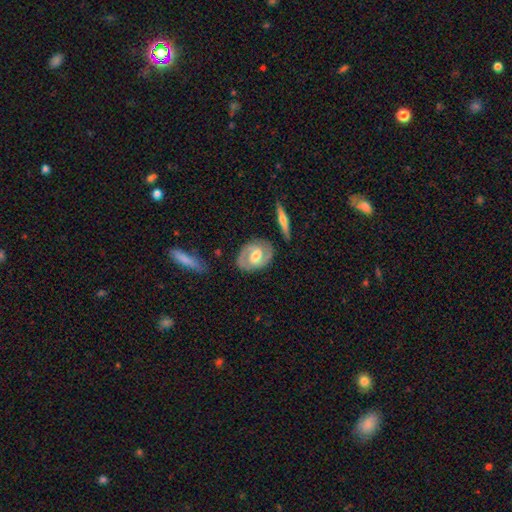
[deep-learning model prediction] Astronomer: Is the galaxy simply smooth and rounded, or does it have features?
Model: featured or disk — 76%.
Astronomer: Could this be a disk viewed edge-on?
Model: no — 95%.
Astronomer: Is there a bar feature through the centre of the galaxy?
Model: weak — 49% (runner-up: no, 27%).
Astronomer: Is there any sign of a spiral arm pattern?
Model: yes — 90%.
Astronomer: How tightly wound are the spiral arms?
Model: medium — 49% (runner-up: tight, 38%).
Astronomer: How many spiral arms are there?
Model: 2 — 89%.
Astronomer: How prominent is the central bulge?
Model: moderate — 66%.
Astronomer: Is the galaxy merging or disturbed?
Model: none — 80%.